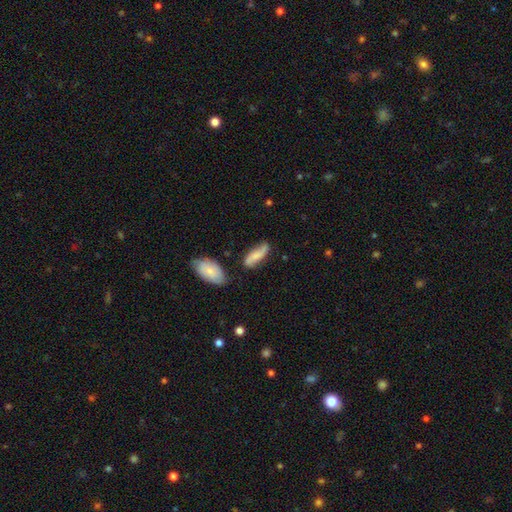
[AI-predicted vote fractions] Smooth or featured? smooth (51%)
How rounded? in between (64%)
Merging? none (62%)